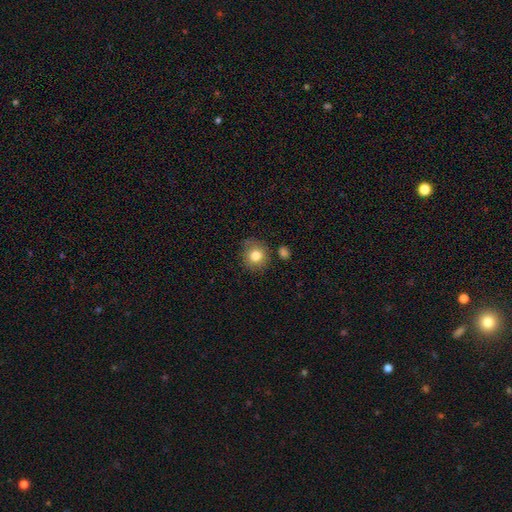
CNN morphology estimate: Smooth or featured? Predicted: smooth (p=0.81). How rounded? Predicted: round (p=0.87). Merging? Predicted: none (p=0.79).